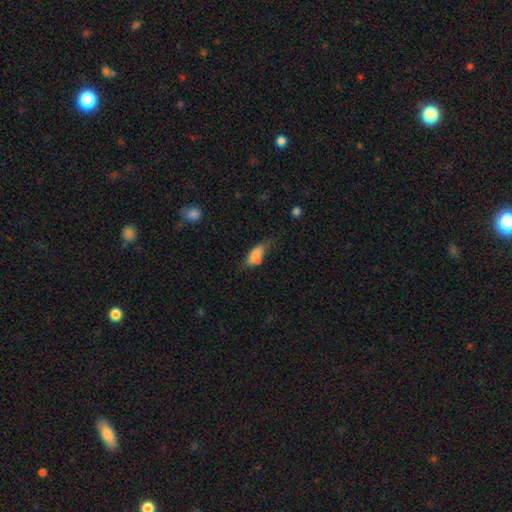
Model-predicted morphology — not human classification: smooth-or-featured: smooth: 75% | featured or disk: 16% | star or artifact: 9%
  how-rounded: in between: 80% | cigar-shaped: 16% | round: 4%
  merging: none: 34% | minor disturbance: 32% | major disturbance: 21% | merger: 13%